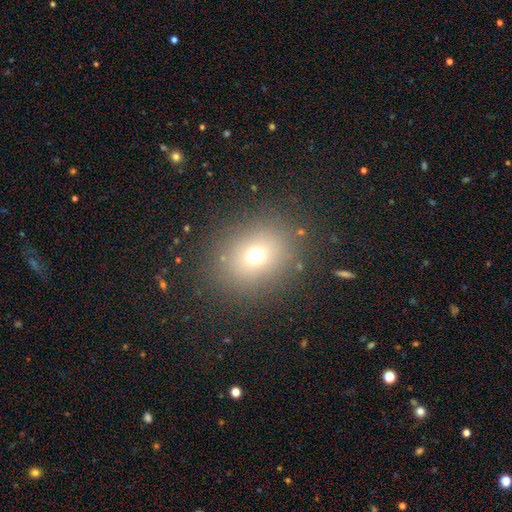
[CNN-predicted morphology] Overall: smooth (69%). How rounded: round (62%; in between 37%). Merging: none (85%).